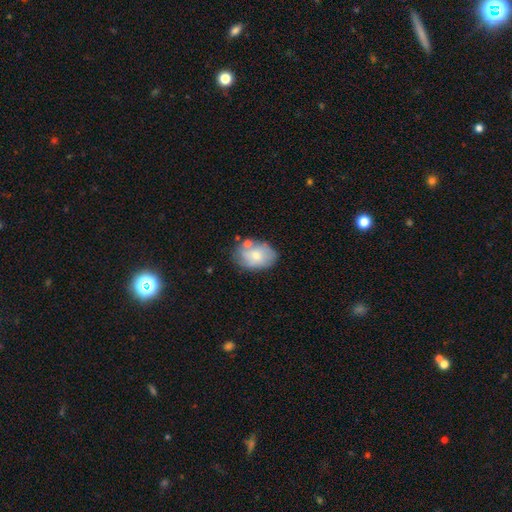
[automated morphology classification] Overall: smooth (68%). How rounded: in between (80%). Merging: none (60%; minor disturbance 23%).